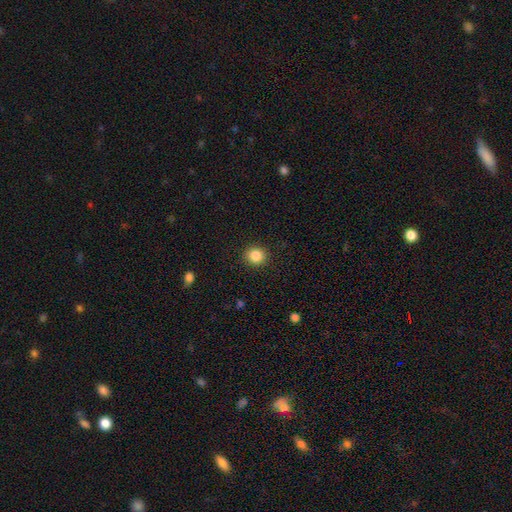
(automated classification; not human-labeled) smooth_or_featured: smooth (p=0.86) [alt: star or artifact p=0.10]
how_rounded: round (p=0.90) [alt: in between p=0.09]
merging: none (p=0.92) [alt: minor disturbance p=0.05]